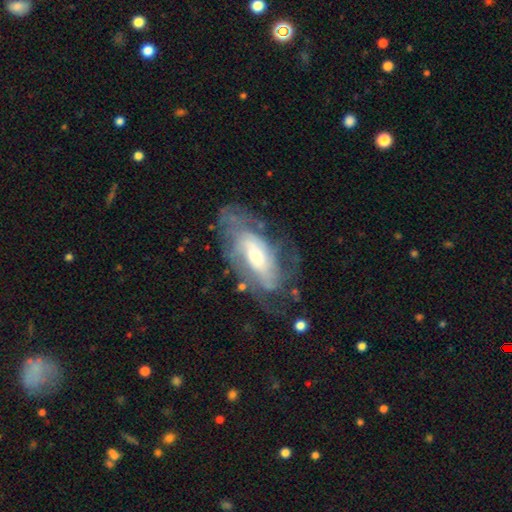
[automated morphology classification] featured or disk 77%, smooth 17%, star or artifact 6%. Down the decision tree: edge-on disk — no (90%); bar — no (54%); spiral arms — yes (85%); spiral arm count — can't tell (51%); spiral winding — tight (52%); bulge size — moderate (44%); merging — none (60%).